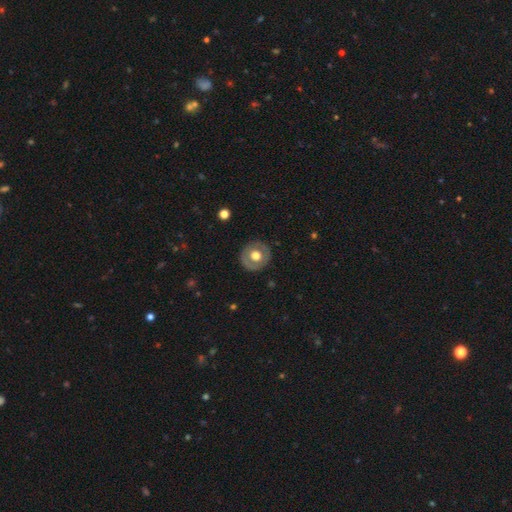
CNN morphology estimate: Smooth or featured: smooth — 52% (featured or disk — 42%)
How rounded: round — 90% (in between — 10%)
Merging: none — 87% (minor disturbance — 9%)